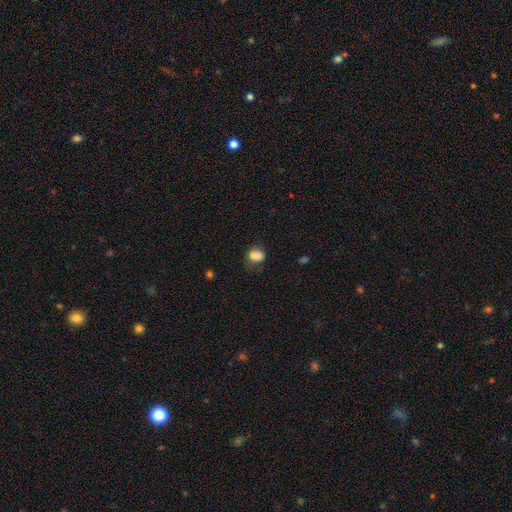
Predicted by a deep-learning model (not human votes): A smooth galaxy with no disk features (80%) that is round (54%).

Vote fractions:
- Smooth or featured? smooth: 80% / star or artifact: 11% / featured or disk: 9%
- How rounded? round: 54% / in between: 45% / cigar-shaped: 1%
- Merging? none: 52% / minor disturbance: 24% / merger: 14% / major disturbance: 10%